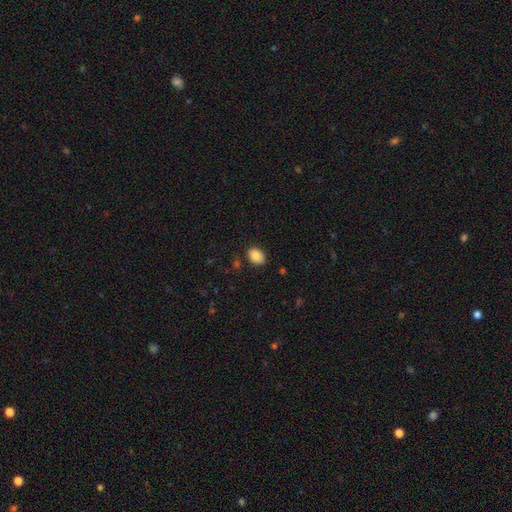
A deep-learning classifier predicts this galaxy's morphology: smooth 86%, star or artifact 8%, featured or disk 6%. Down the decision tree: how rounded — in between (77%); merging — none (84%).